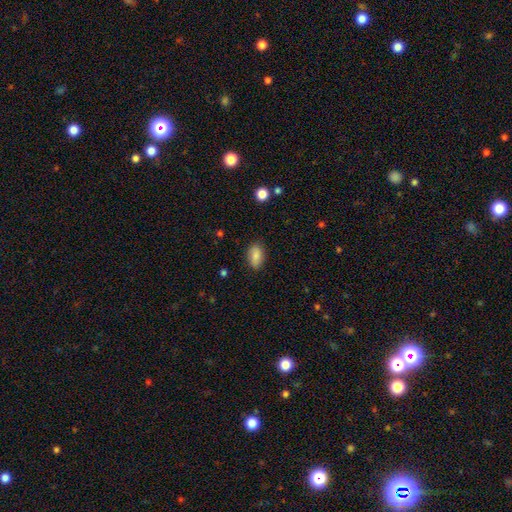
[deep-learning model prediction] A smooth galaxy with no disk features (84%) that is in between round and cigar-shaped (91%). Merging: none (84%).